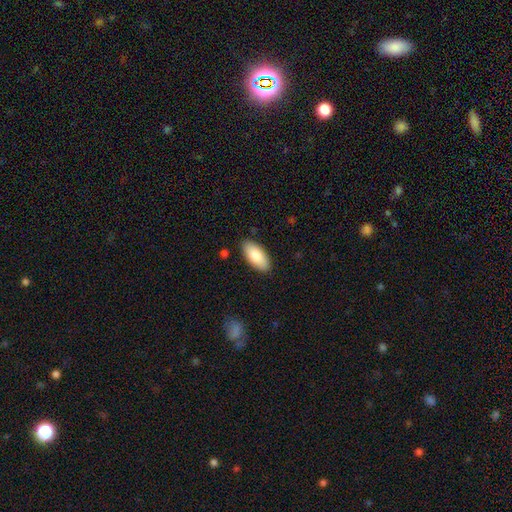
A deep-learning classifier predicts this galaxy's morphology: Smooth or featured: smooth — 83% (featured or disk — 11%)
How rounded: in between — 91% (cigar-shaped — 7%)
Merging: none — 88% (minor disturbance — 9%)